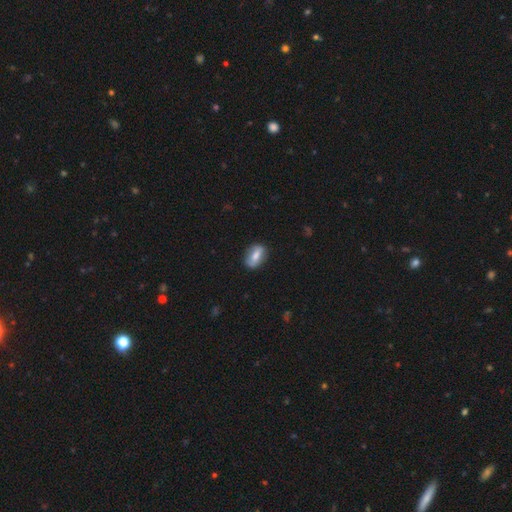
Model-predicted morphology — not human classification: smooth 64%, featured or disk 29%, star or artifact 7%. Down the decision tree: how rounded — in between (83%); merging — none (82%).